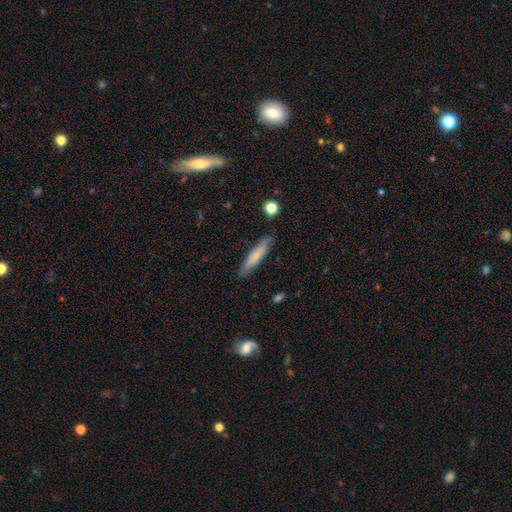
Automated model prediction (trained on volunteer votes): A smooth galaxy with no disk features (73%) that is cigar-shaped (87%). Merging: none (87%).